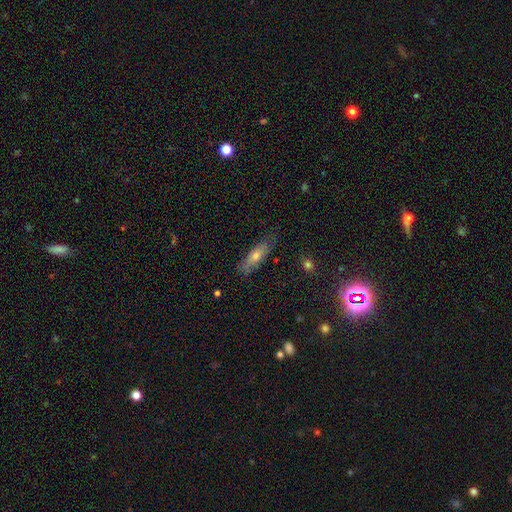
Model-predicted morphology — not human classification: Smooth or featured?
  - smooth: 50% *
  - featured or disk: 39%
  - star or artifact: 10%
How rounded?
  - cigar-shaped: 58% *
  - in between: 39%
  - round: 3%
Merging?
  - none: 77% *
  - minor disturbance: 18%
  - major disturbance: 4%
  - merger: 1%